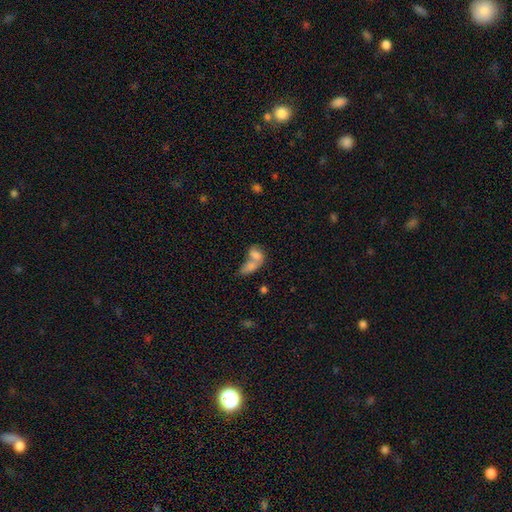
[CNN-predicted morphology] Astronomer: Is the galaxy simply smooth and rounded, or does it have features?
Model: smooth — 74%.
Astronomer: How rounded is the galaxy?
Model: in between — 82%.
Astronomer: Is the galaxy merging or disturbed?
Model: merger — 72%.